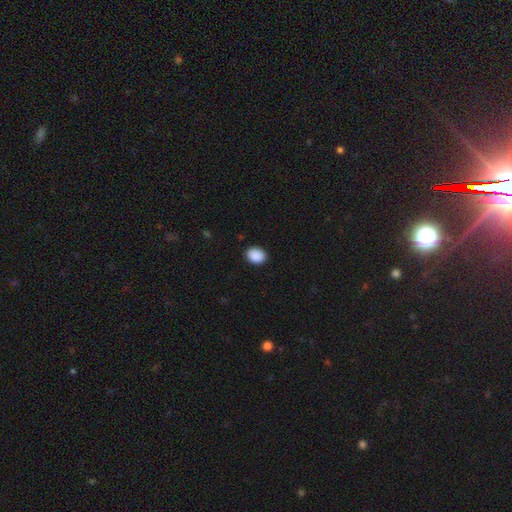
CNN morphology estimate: This appears to be a smooth galaxy with no disk features (90%) that is in between round and cigar-shaped (66%). Merging: none (89%).